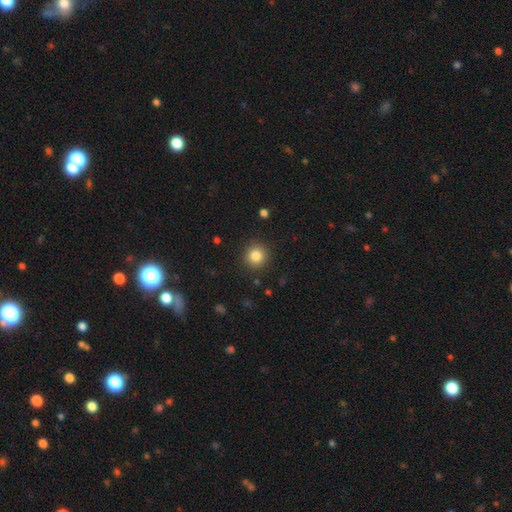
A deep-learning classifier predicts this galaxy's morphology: smooth_or_featured: smooth (p=0.83) [alt: star or artifact p=0.11]
how_rounded: round (p=0.93) [alt: in between p=0.06]
merging: none (p=0.90) [alt: minor disturbance p=0.06]